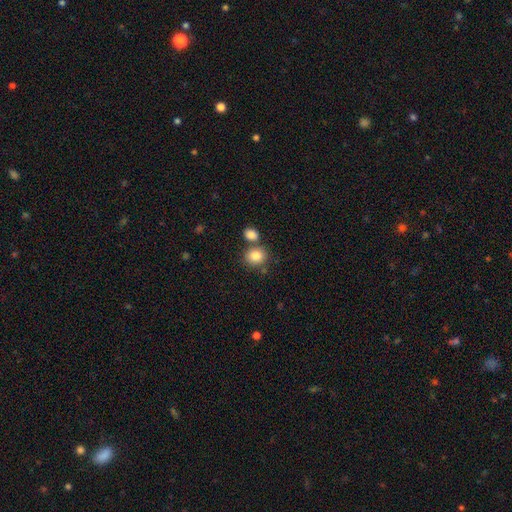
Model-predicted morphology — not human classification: Smooth or featured? smooth (83%)
How rounded? round (71%)
Merging? none (63%)